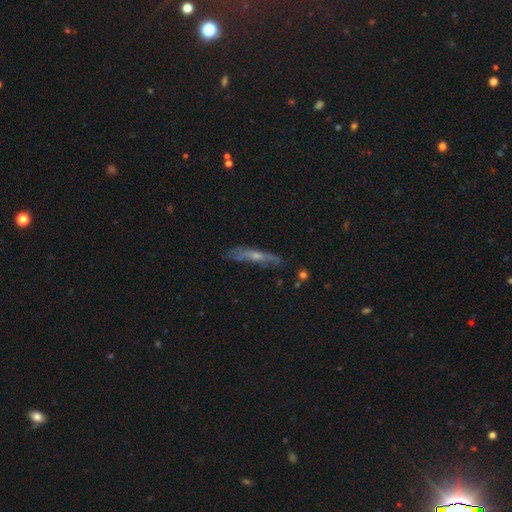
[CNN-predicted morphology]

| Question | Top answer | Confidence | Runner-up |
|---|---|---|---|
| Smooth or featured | featured or disk | 57% | smooth (32%) |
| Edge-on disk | yes | 78% | no (22%) |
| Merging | none | 74% | minor disturbance (18%) |